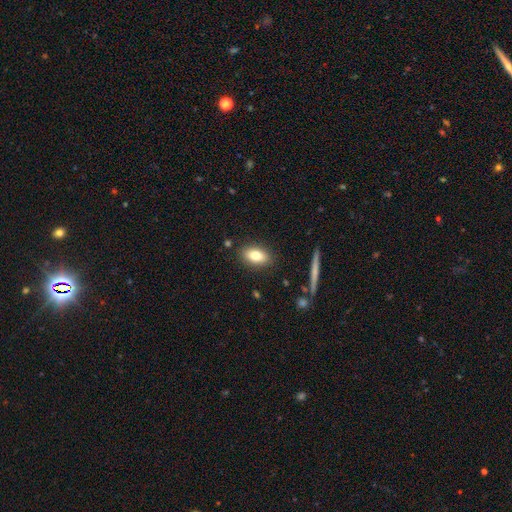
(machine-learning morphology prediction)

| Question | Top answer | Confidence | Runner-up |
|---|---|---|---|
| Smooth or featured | smooth | 77% | featured or disk (14%) |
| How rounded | in between | 87% | round (8%) |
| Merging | none | 86% | minor disturbance (9%) |